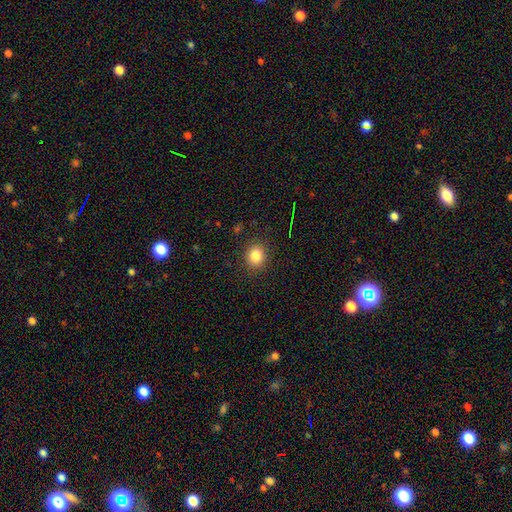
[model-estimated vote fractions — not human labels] A smooth galaxy with no disk features (84%) that is round (76%). Merging: none (88%).